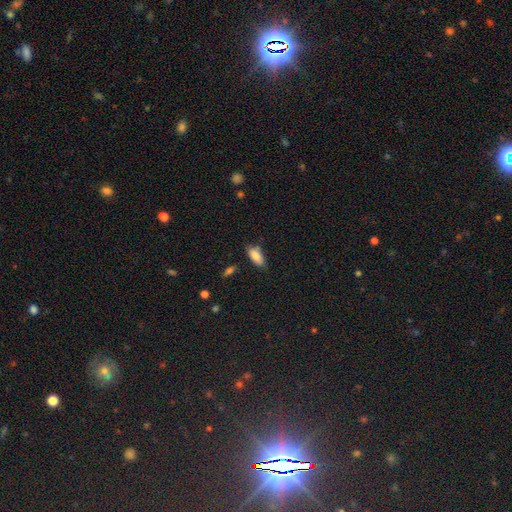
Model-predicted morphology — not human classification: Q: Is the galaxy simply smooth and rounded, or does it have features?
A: smooth — 82%.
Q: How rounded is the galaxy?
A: in between — 84%.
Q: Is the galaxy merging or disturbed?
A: none — 68%.